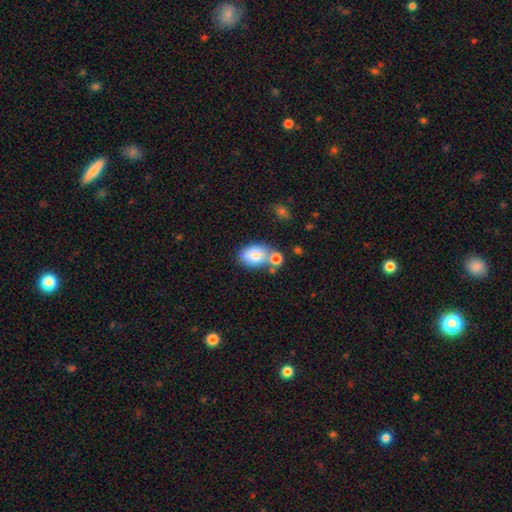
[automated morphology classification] Overall: smooth (80%). How rounded: in between (83%). Merging: none (49%; merger 29%).